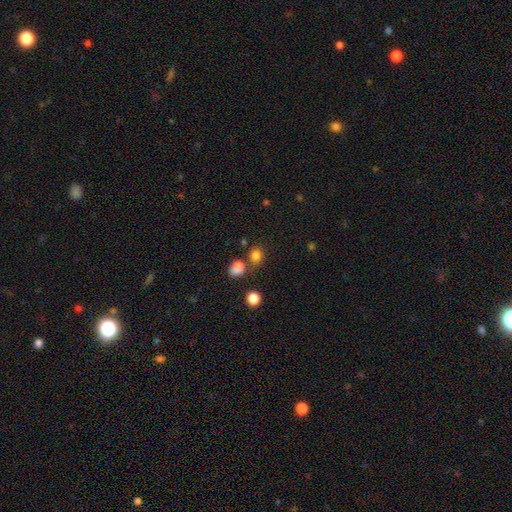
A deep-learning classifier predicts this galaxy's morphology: A smooth galaxy with no disk features (80%) that is round (76%).

Vote fractions:
- Smooth or featured? smooth: 80% / star or artifact: 15% / featured or disk: 6%
- How rounded? round: 76% / in between: 23% / cigar-shaped: 1%
- Merging? none: 67% / merger: 19% / minor disturbance: 10% / major disturbance: 4%